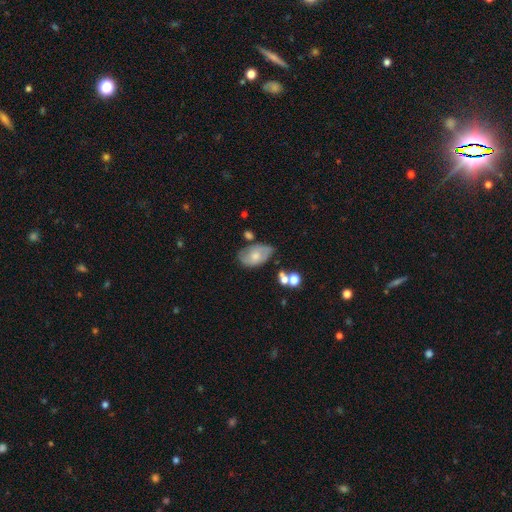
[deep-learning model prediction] A smooth galaxy with no disk features (48%). Merging: none (56%).